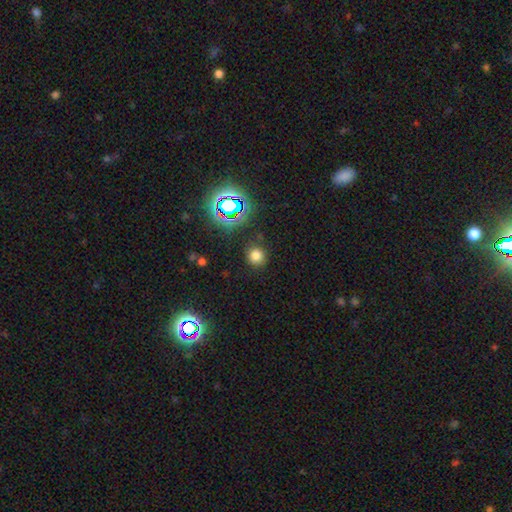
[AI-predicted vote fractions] A smooth galaxy with no disk features (74%) that is round (90%).

Vote fractions:
- Smooth or featured? smooth: 74% / star or artifact: 20% / featured or disk: 6%
- How rounded? round: 90% / in between: 9% / cigar-shaped: 1%
- Merging? none: 86% / minor disturbance: 8% / major disturbance: 3% / merger: 2%